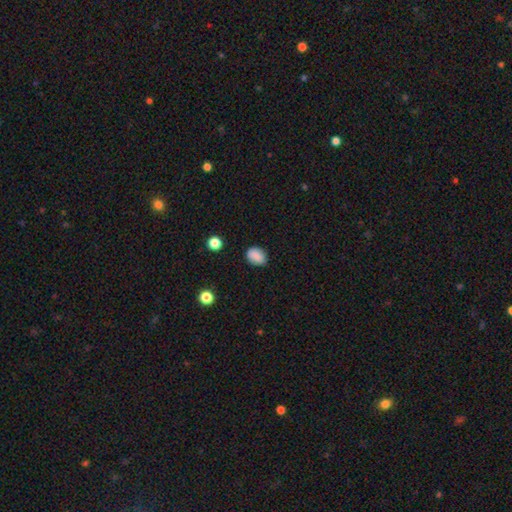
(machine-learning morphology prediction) This is clearly a smooth galaxy (86%). How rounded: likely in between (72%). Merging: clearly none (81%).